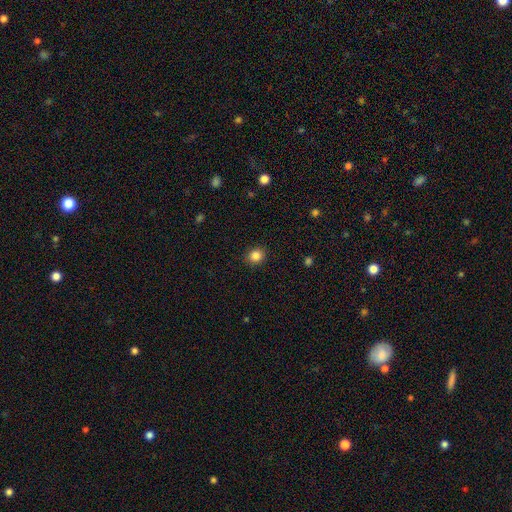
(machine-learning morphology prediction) Smooth or featured: smooth — 85% (star or artifact — 11%)
How rounded: round — 80% (in between — 19%)
Merging: none — 91% (minor disturbance — 6%)